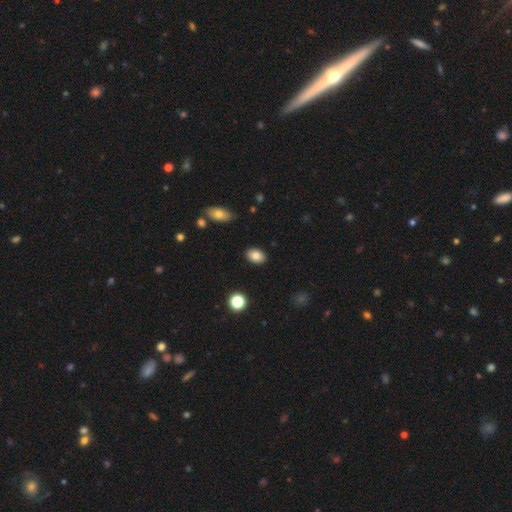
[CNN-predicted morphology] This appears to be a smooth galaxy with no disk features (83%) that is in between round and cigar-shaped (85%). Merging: none (88%).